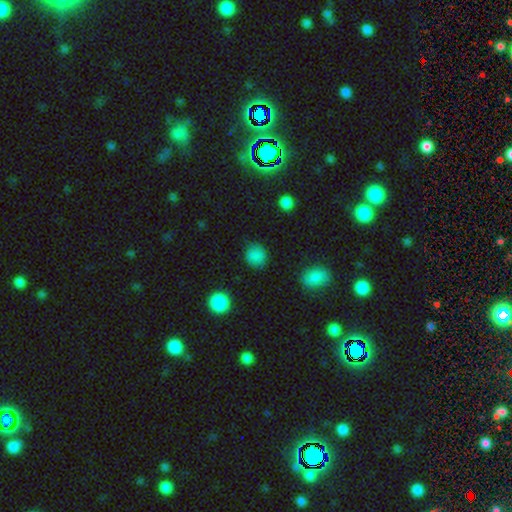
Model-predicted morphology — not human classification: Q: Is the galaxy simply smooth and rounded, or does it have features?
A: smooth — 85%.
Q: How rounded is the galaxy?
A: round — 83%.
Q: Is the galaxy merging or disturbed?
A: none — 85%.